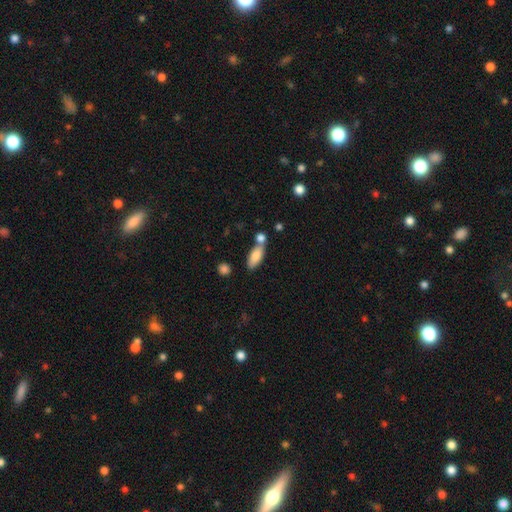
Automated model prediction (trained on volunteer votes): Smooth or featured? smooth (81%)
How rounded? in between (74%)
Merging? none (58%)